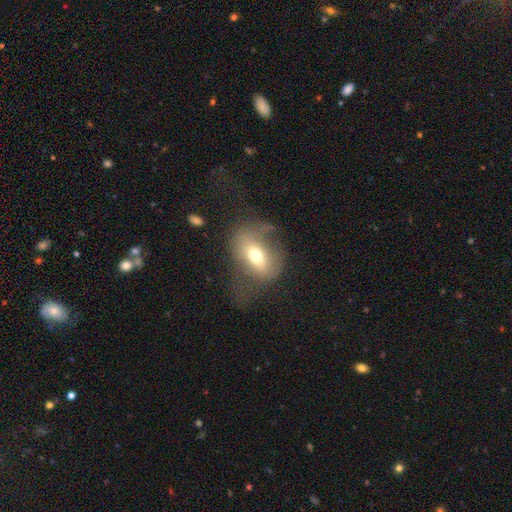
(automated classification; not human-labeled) This is possibly a smooth galaxy (55%). How rounded: likely in between (73%). Merging: marginally major disturbance (38%).